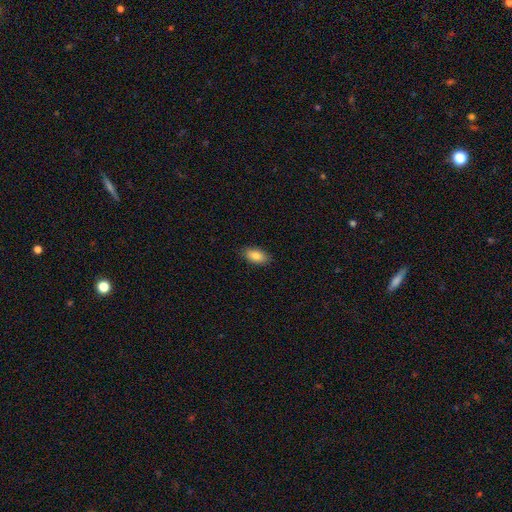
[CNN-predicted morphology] Smooth or featured: smooth — 84% (featured or disk — 9%)
How rounded: in between — 92% (round — 5%)
Merging: none — 87% (minor disturbance — 10%)